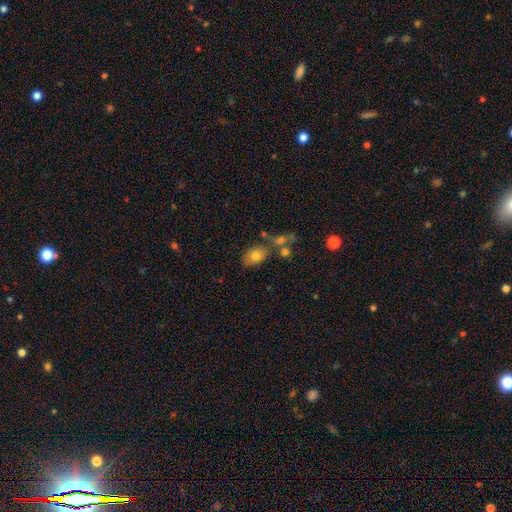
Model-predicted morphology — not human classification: Smooth or featured: smooth — 76% (featured or disk — 14%)
How rounded: in between — 80% (round — 18%)
Merging: none — 59% (merger — 18%)